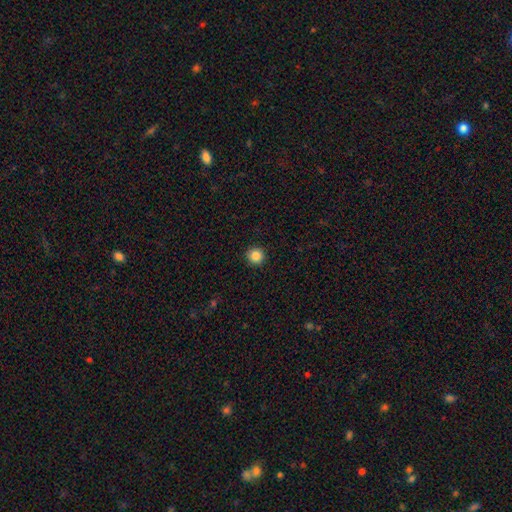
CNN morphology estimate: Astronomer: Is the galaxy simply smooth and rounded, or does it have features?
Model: smooth — 86%.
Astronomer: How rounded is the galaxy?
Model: round — 95%.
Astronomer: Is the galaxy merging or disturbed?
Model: none — 93%.